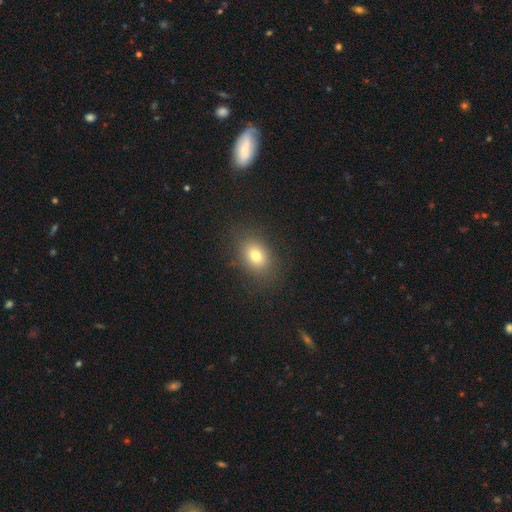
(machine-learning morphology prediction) smooth_or_featured: smooth (p=0.77) [alt: star or artifact p=0.12]
how_rounded: in between (p=0.67) [alt: round p=0.31]
merging: none (p=0.85) [alt: minor disturbance p=0.10]